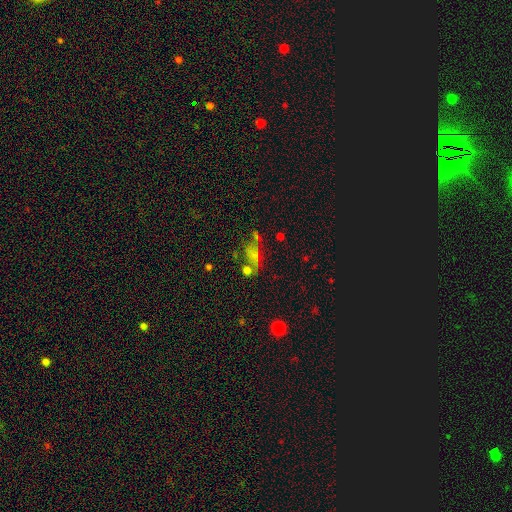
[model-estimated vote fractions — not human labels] Smooth or featured?
  - star or artifact: 38% *
  - smooth: 34%
  - featured or disk: 28%